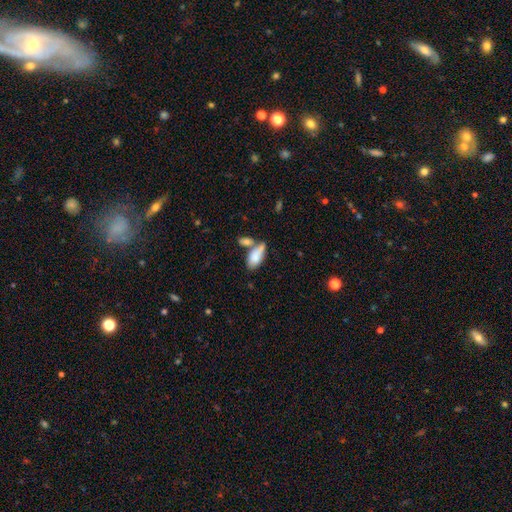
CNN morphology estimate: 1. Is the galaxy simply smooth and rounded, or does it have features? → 79% smooth, 14% featured or disk, 7% star or artifact.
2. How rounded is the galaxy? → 88% in between, 9% cigar-shaped, 3% round.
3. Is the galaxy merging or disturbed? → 41% merger, 34% none, 17% minor disturbance, 8% major disturbance.